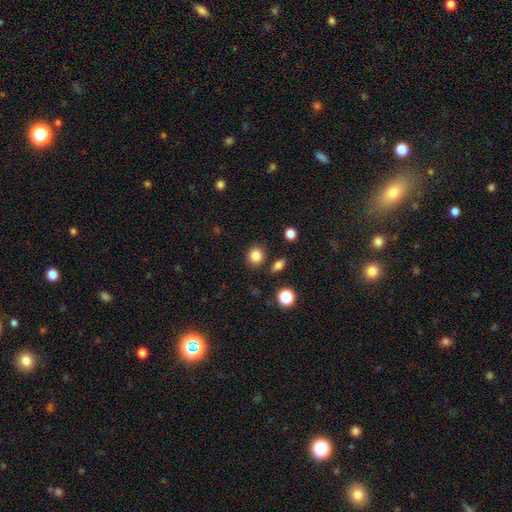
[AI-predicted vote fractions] smooth_or_featured: smooth (p=0.84) [alt: star or artifact p=0.11]
how_rounded: round (p=0.80) [alt: in between p=0.19]
merging: none (p=0.84) [alt: minor disturbance p=0.09]